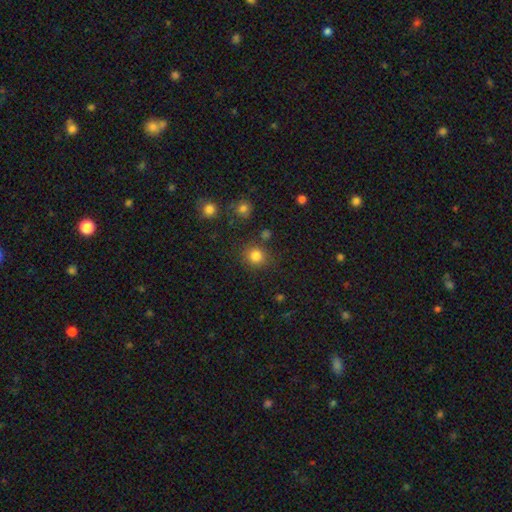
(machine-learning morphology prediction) A smooth galaxy with no disk features (82%) that is round (88%). Merging: none (83%).